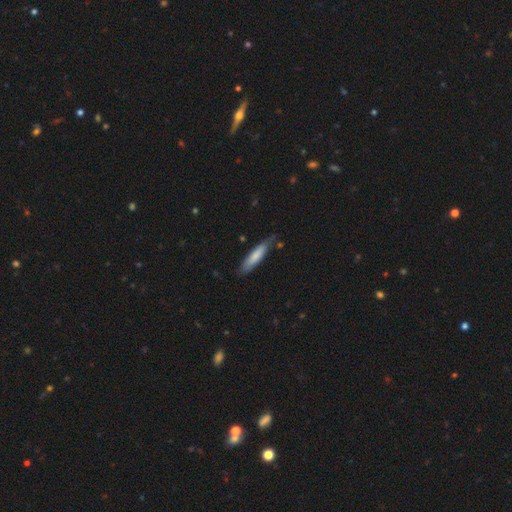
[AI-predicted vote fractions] Smooth or featured: smooth — 75% (featured or disk — 20%)
How rounded: cigar-shaped — 82% (in between — 16%)
Merging: none — 74% (minor disturbance — 20%)